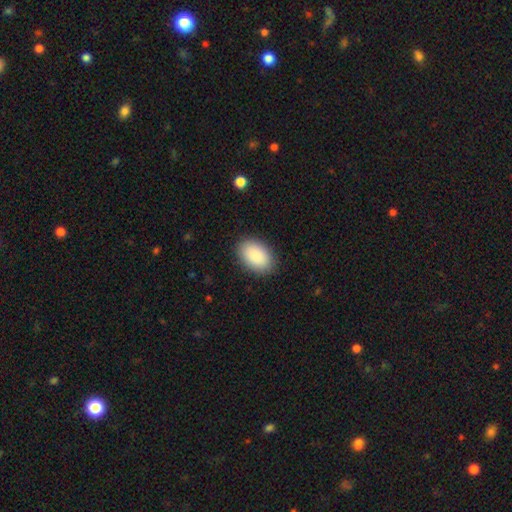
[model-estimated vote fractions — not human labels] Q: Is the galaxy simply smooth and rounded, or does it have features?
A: smooth — 90%.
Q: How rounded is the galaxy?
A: in between — 91%.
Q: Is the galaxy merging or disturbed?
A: none — 88%.